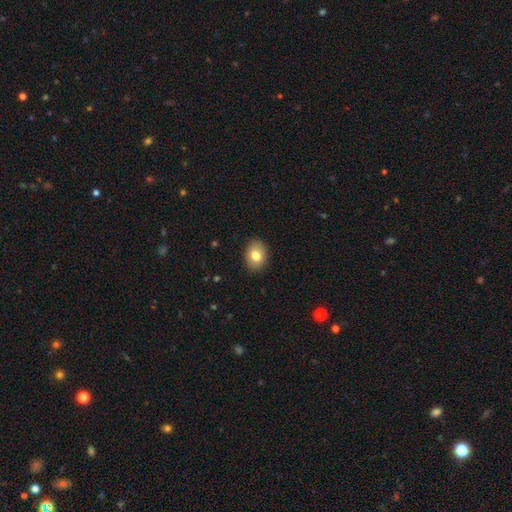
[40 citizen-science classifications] A smooth galaxy with no disk features (78%) that is in between round and cigar-shaped (65%). Merging: none (92%).